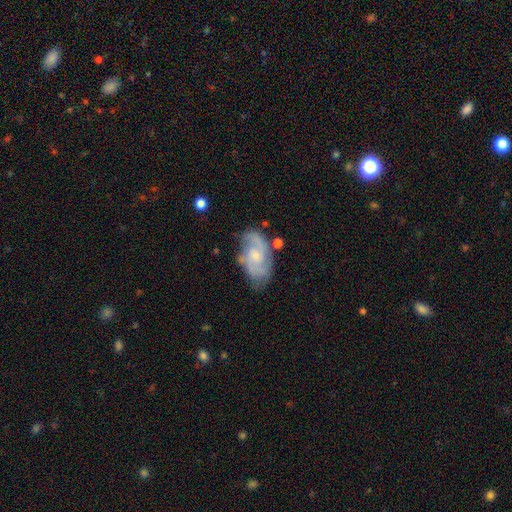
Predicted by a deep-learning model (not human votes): Smooth or featured?
  - featured or disk: 77% *
  - smooth: 17%
  - star or artifact: 6%
Edge-on disk?
  - no: 96% *
  - yes: 4%
Bar?
  - no: 64% *
  - weak: 32%
  - strong: 4%
Spiral arms?
  - yes: 93% *
  - no: 7%
Spiral winding?
  - medium: 47% *
  - tight: 34%
  - loose: 19%
Spiral arm count?
  - 2: 55% *
  - can't tell: 19%
  - 3: 17%
  - 1: 4%
  - 4: 3%
  - more than 4: 3%
Bulge size?
  - small: 61% *
  - moderate: 31%
  - none: 6%
  - large: 2%
  - dominant: 1%
Merging?
  - none: 65% *
  - minor disturbance: 23%
  - major disturbance: 8%
  - merger: 4%